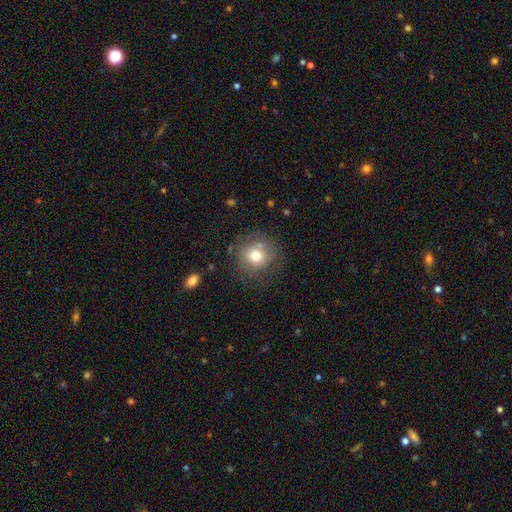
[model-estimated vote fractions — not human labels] Smooth or featured? Predicted: smooth (p=0.71). How rounded? Predicted: round (p=0.90). Merging? Predicted: none (p=0.73).